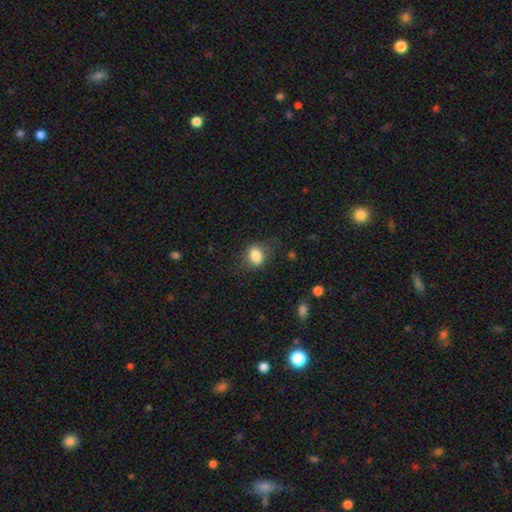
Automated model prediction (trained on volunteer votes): Smooth or featured? smooth (81%)
How rounded? in between (61%)
Merging? none (69%)